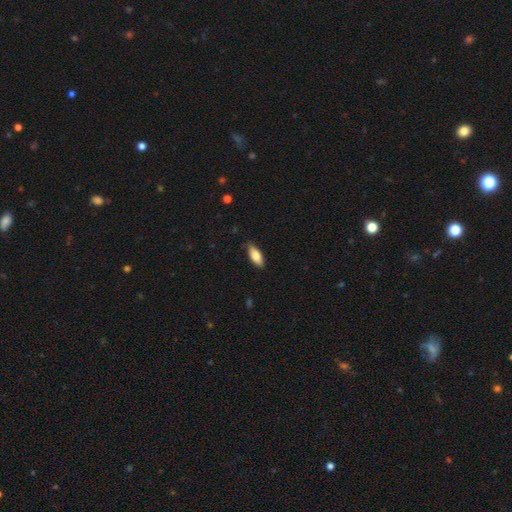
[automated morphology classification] A smooth galaxy with no disk features (79%) that is in between round and cigar-shaped (80%).

Vote fractions:
- Smooth or featured? smooth: 79% / featured or disk: 15% / star or artifact: 6%
- How rounded? in between: 80% / cigar-shaped: 18% / round: 2%
- Merging? none: 83% / minor disturbance: 14% / major disturbance: 2% / merger: 1%